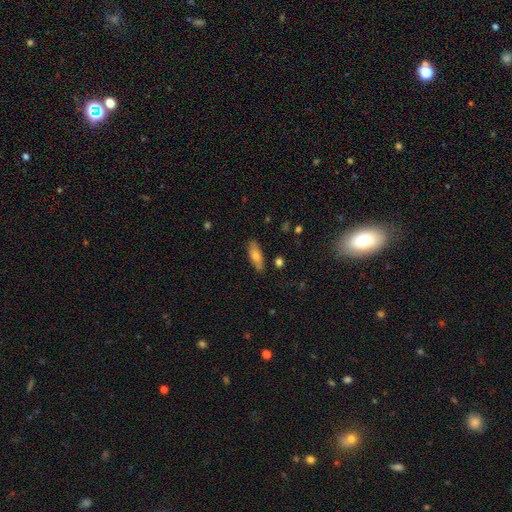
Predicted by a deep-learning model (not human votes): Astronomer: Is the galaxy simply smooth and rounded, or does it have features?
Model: smooth — 69%.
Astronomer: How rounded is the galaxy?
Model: in between — 63%.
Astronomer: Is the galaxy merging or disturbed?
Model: none — 84%.